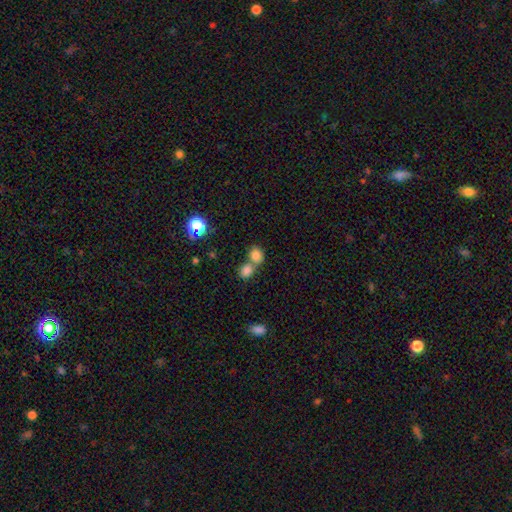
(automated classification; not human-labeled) A smooth galaxy with no disk features (80%) that is round (62%).

Vote fractions:
- Smooth or featured? smooth: 80% / star or artifact: 13% / featured or disk: 7%
- How rounded? round: 62% / in between: 36% / cigar-shaped: 1%
- Merging? merger: 53% / none: 38% / minor disturbance: 7% / major disturbance: 3%